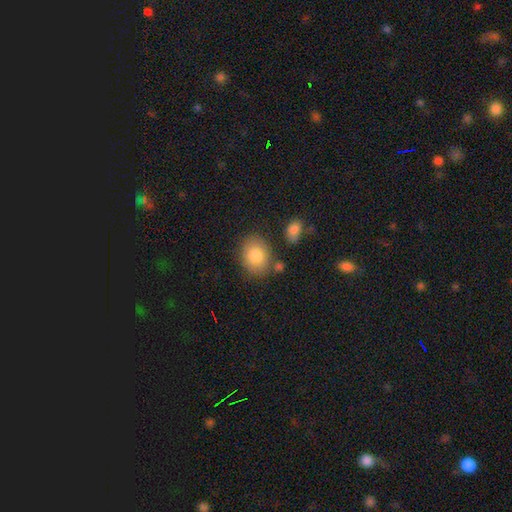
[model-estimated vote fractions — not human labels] smooth-or-featured: smooth: 84% | featured or disk: 8% | star or artifact: 7%
  how-rounded: in between: 52% | round: 47% | cigar-shaped: 1%
  merging: none: 76% | minor disturbance: 14% | merger: 6% | major disturbance: 4%